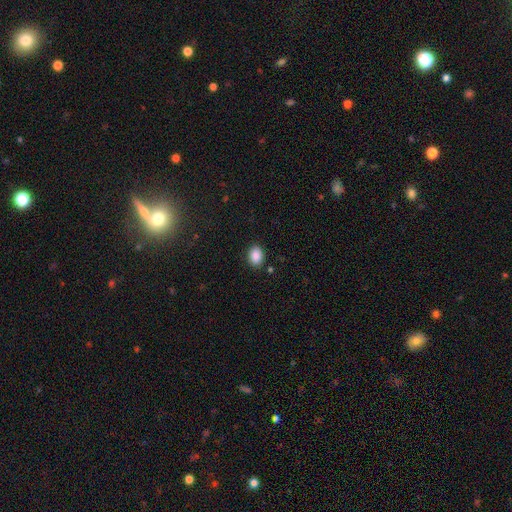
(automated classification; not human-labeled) A smooth galaxy with no disk features (87%) that is in between round and cigar-shaped (68%). Merging: none (88%).